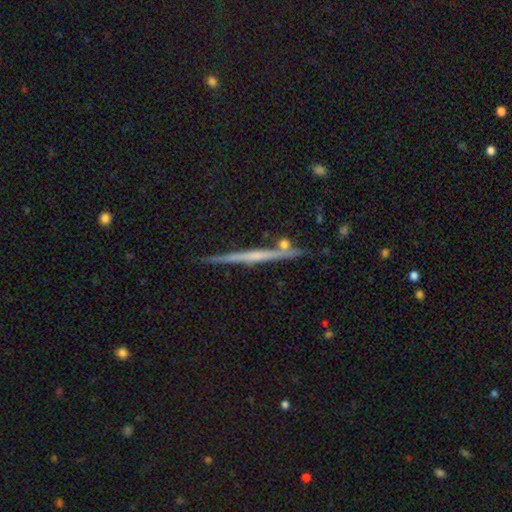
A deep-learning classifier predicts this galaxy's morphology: A featured or disk galaxy (67%) viewed edge-on (98%) with no central bulge (72%).

Vote fractions:
- Smooth or featured? featured or disk: 67% / smooth: 25% / star or artifact: 7%
- Edge-on disk? yes: 98% / no: 2%
- Edge-on bulge? none: 72% / rounded: 21% / boxy: 8%
- Merging? none: 85% / minor disturbance: 9% / merger: 4% / major disturbance: 2%